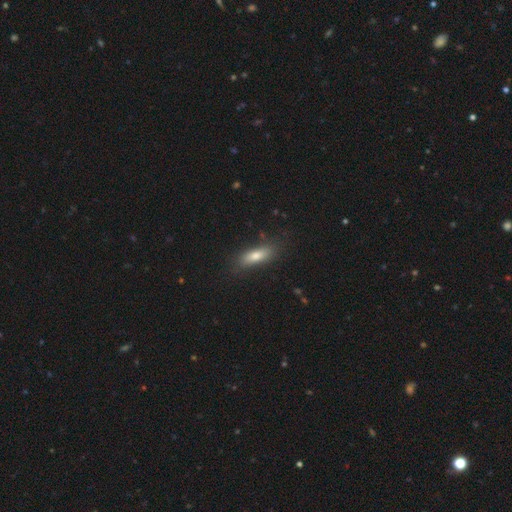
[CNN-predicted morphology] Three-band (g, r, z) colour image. It shows a smooth galaxy with no disk features (75%) that is in between round and cigar-shaped (55%). Merging: none (79%).